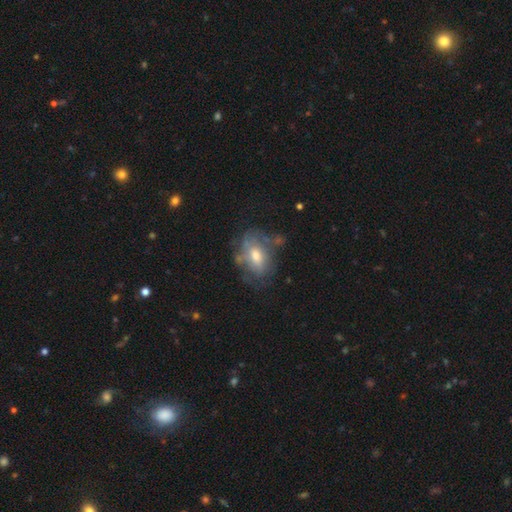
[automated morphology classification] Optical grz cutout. It shows a featured or disk galaxy (51%). Merging: none (52%).